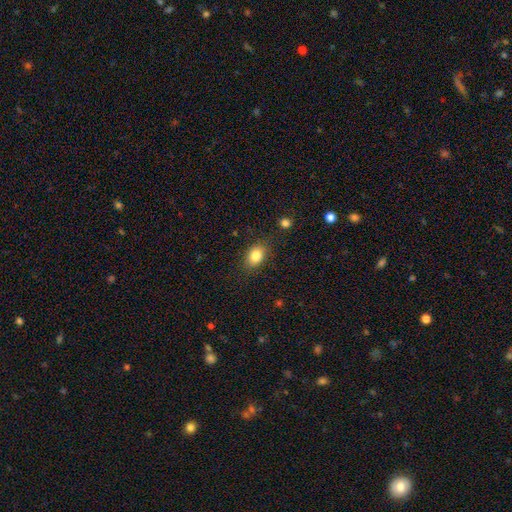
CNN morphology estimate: This appears to be a smooth galaxy with no disk features (83%) that is in between round and cigar-shaped (77%). Merging: none (83%).